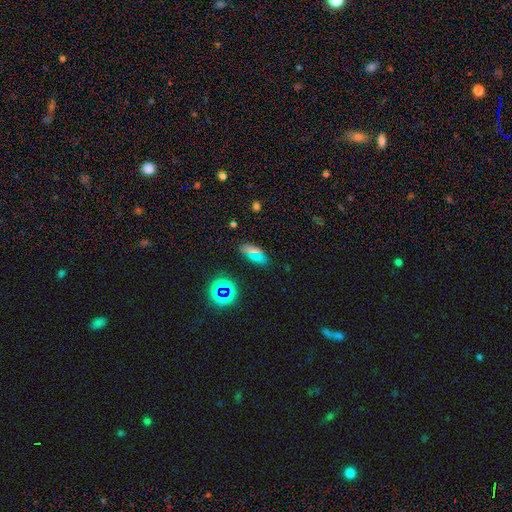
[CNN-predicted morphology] smooth_or_featured: smooth (p=0.62) [alt: star or artifact p=0.27]
how_rounded: in between (p=0.74) [alt: cigar-shaped p=0.19]
merging: none (p=0.81) [alt: minor disturbance p=0.13]